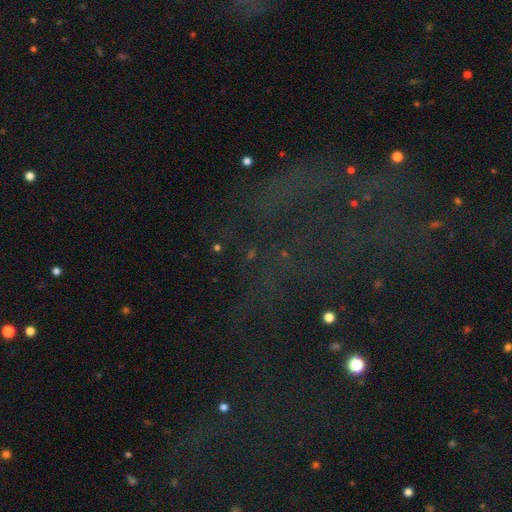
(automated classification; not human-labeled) The model was most divided on "smooth or featured": star or artifact: 69%, featured or disk: 16%, smooth: 14%.